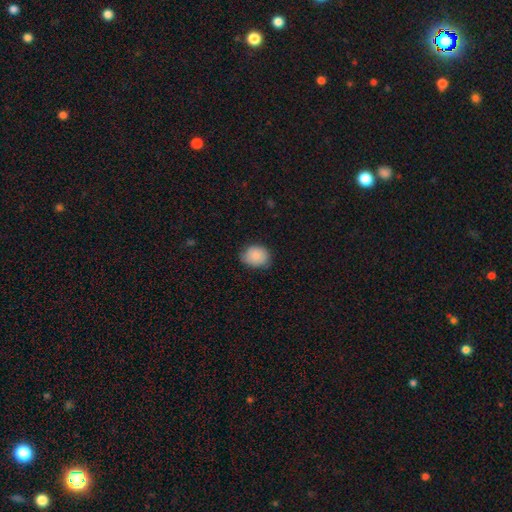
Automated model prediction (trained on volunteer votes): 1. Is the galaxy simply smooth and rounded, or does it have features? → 86% smooth, 7% star or artifact, 6% featured or disk.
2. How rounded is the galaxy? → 53% round, 46% in between, 1% cigar-shaped.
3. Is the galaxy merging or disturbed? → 73% none, 23% minor disturbance, 4% major disturbance, 1% merger.